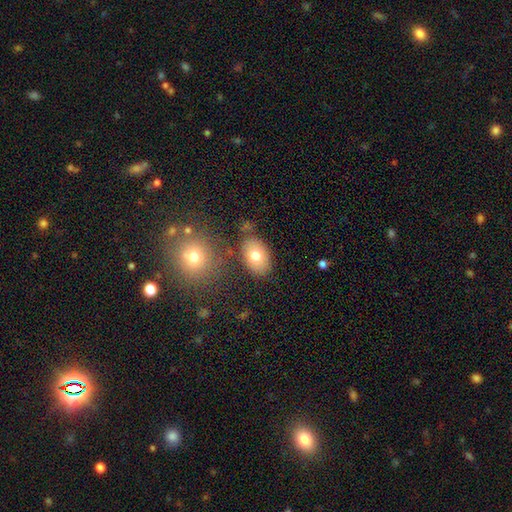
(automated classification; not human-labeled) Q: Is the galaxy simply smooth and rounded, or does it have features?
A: smooth — 76%.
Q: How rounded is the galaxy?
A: in between — 81%.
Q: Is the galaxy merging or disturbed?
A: none — 77%.